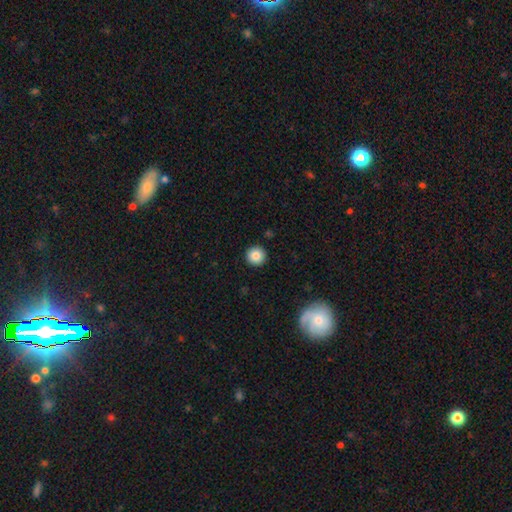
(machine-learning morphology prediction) The model was most divided on "smooth or featured": smooth: 86%, star or artifact: 9%, featured or disk: 5%. More confident: how rounded — round (96%); merging — none (93%).